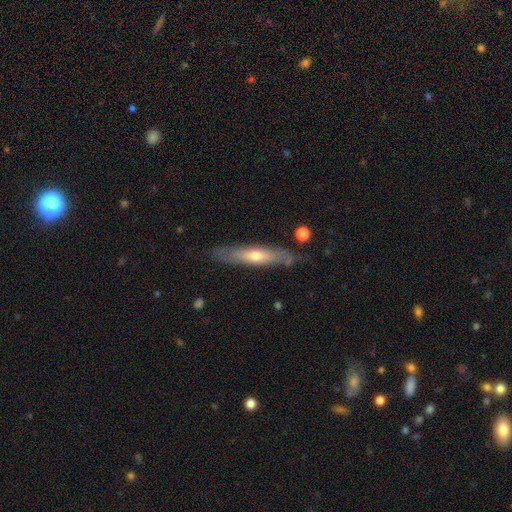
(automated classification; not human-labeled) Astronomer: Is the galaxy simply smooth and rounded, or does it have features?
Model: featured or disk — 48% (runner-up: smooth, 46%).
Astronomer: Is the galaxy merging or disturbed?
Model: none — 78%.